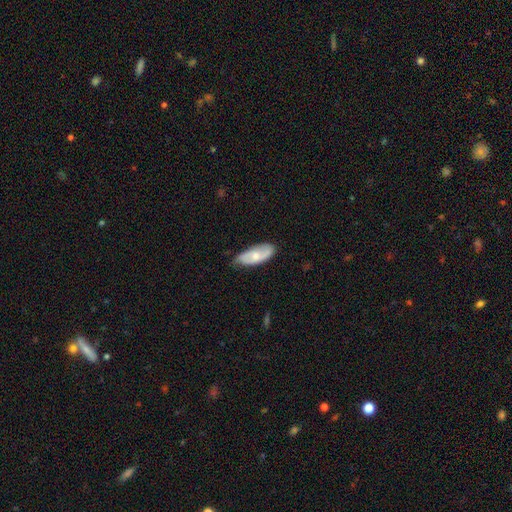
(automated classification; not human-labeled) Smooth or featured? Predicted: smooth (p=0.53). How rounded? Predicted: in between (p=0.83). Merging? Predicted: none (p=0.63).